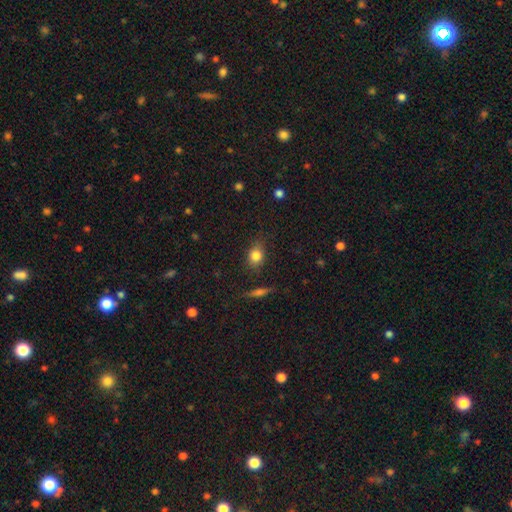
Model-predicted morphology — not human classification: Smooth or featured? smooth (80%)
How rounded? round (54%)
Merging? none (75%)